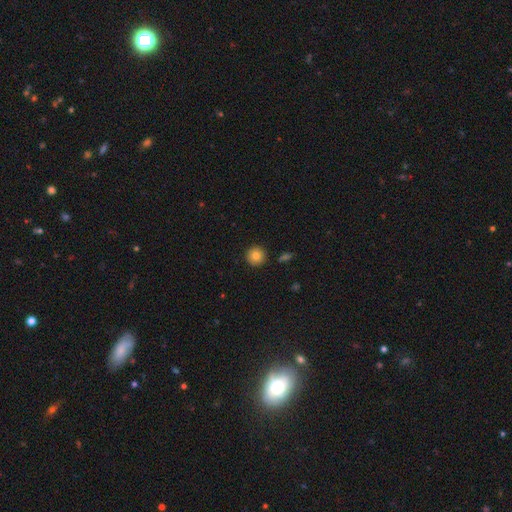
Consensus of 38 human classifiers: This is likely a smooth galaxy (76%). How rounded: clearly round (100%). Merging: clearly none (91%).